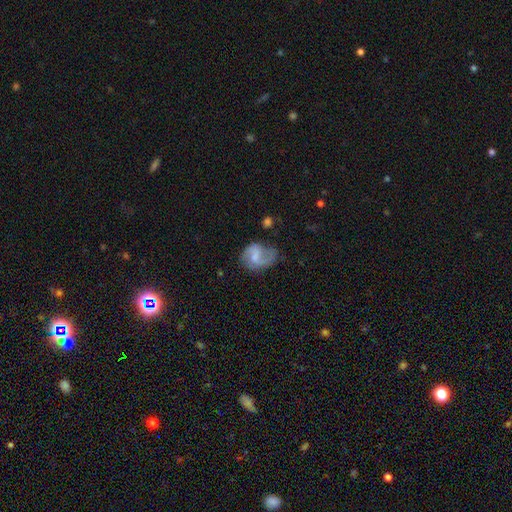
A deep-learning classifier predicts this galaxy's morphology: Smooth or featured? Predicted: featured or disk (p=0.60). Edge-on disk? Predicted: no (p=0.98). Bar? Predicted: weak (p=0.53). Spiral arms? Predicted: yes (p=0.83). Bulge size? Predicted: small (p=0.35). Merging? Predicted: none (p=0.45).